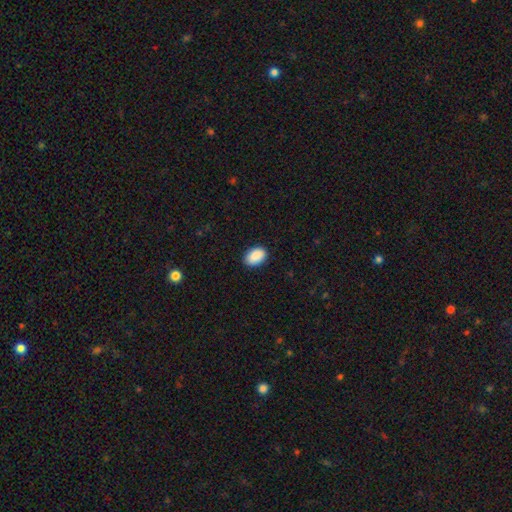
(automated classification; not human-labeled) smooth-or-featured: smooth: 90% | star or artifact: 7% | featured or disk: 3%
  how-rounded: in between: 89% | round: 10% | cigar-shaped: 1%
  merging: none: 88% | minor disturbance: 9% | major disturbance: 2% | merger: 1%